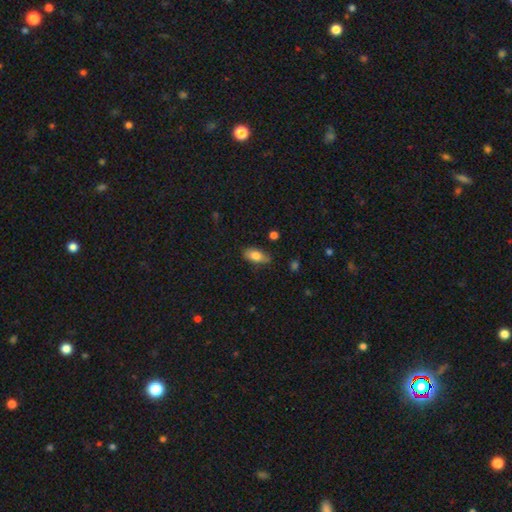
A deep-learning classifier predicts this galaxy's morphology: Overall: smooth (80%). How rounded: in between (84%). Merging: none (79%).